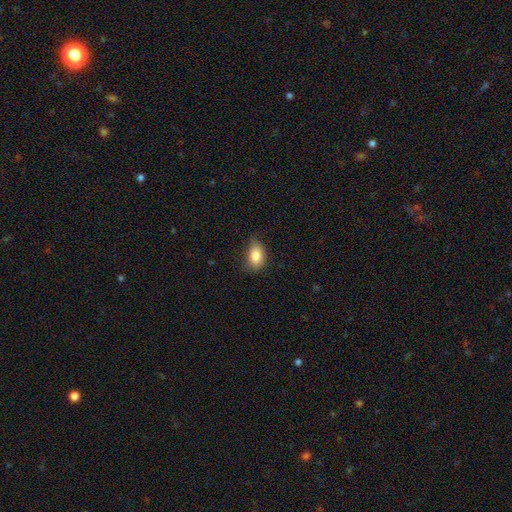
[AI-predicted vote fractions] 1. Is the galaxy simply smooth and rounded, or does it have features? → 84% smooth, 8% star or artifact, 7% featured or disk.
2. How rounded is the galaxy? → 84% in between, 14% round, 2% cigar-shaped.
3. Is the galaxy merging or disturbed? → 69% none, 25% minor disturbance, 5% major disturbance, 1% merger.